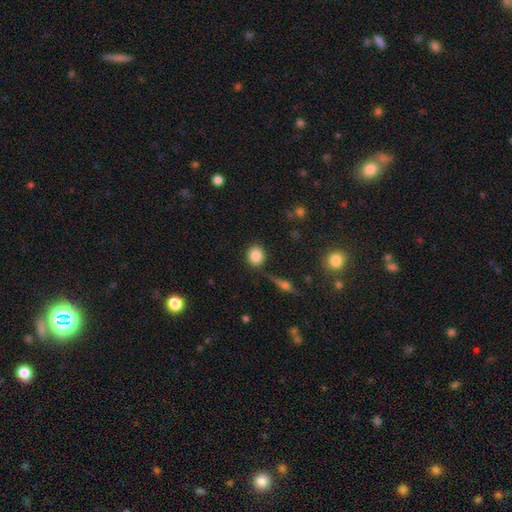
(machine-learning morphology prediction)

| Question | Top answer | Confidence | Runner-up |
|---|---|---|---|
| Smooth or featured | smooth | 84% | star or artifact (9%) |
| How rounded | round | 74% | in between (24%) |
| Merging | none | 80% | minor disturbance (11%) |